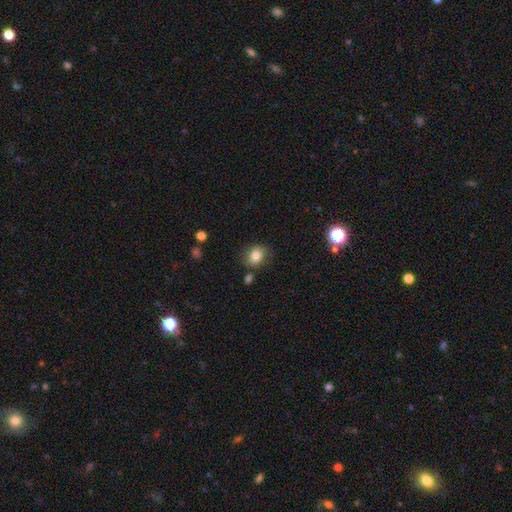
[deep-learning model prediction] Smooth or featured?
  - smooth: 82% *
  - star or artifact: 10%
  - featured or disk: 8%
How rounded?
  - in between: 50% *
  - round: 49%
  - cigar-shaped: 1%
Merging?
  - none: 77% *
  - minor disturbance: 14%
  - merger: 5%
  - major disturbance: 4%